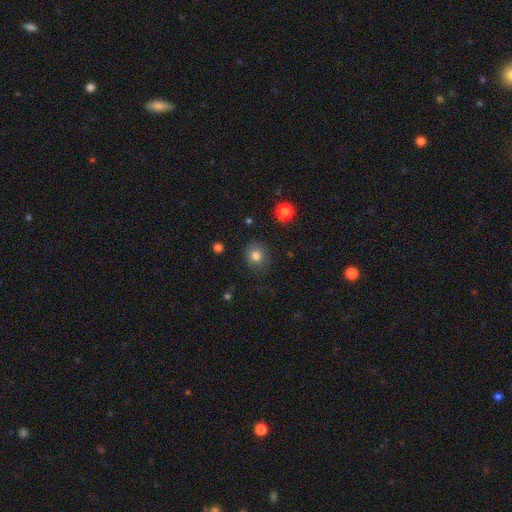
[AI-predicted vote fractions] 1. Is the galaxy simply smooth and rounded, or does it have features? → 81% smooth, 12% star or artifact, 7% featured or disk.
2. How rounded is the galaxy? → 83% round, 16% in between, 1% cigar-shaped.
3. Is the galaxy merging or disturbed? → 84% none, 11% minor disturbance, 3% major disturbance, 1% merger.